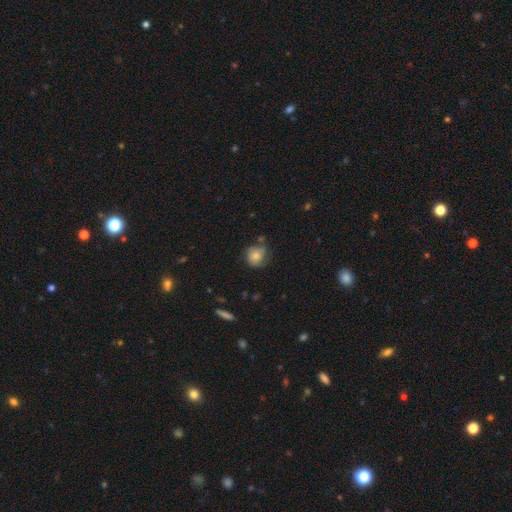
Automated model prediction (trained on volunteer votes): Morphology: type=smooth (70%); roundness=round (77%); merging=none (56%).